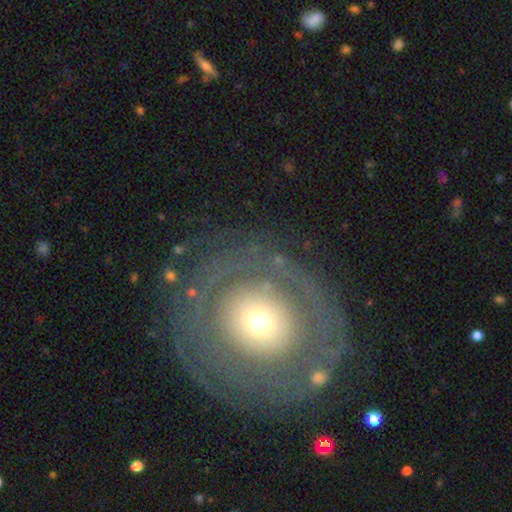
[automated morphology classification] Overall: featured or disk (53%; smooth 39%). Edge-on disk: no (95%). Bar: no (90%). Spiral arms: no (78%). Bulge size: small (43%; moderate 42%). Merging: none (78%).